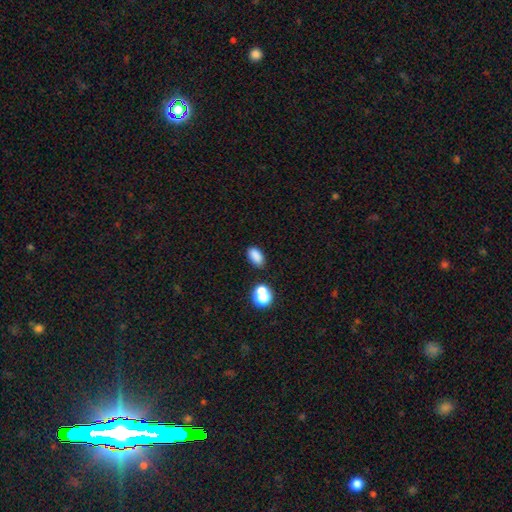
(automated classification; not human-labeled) Morphology: type=smooth (84%); roundness=in between (89%); merging=none (80%).